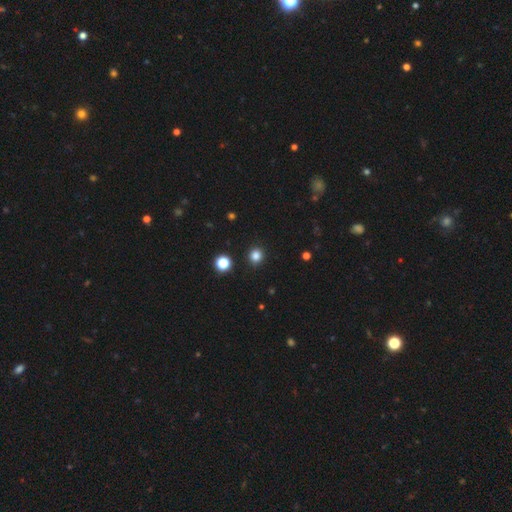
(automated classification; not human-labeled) Morphology: type=smooth (82%); roundness=round (91%); merging=none (91%).